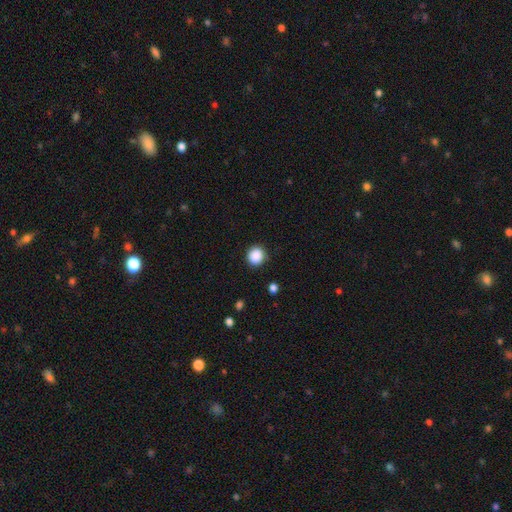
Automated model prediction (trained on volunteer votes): Overall: smooth (89%). How rounded: round (90%). Merging: none (90%).